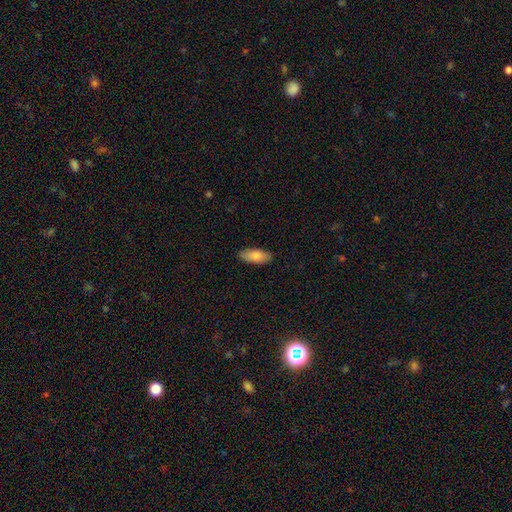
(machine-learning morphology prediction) Smooth or featured: smooth — 82% (featured or disk — 12%)
How rounded: in between — 83% (cigar-shaped — 15%)
Merging: none — 88% (minor disturbance — 9%)